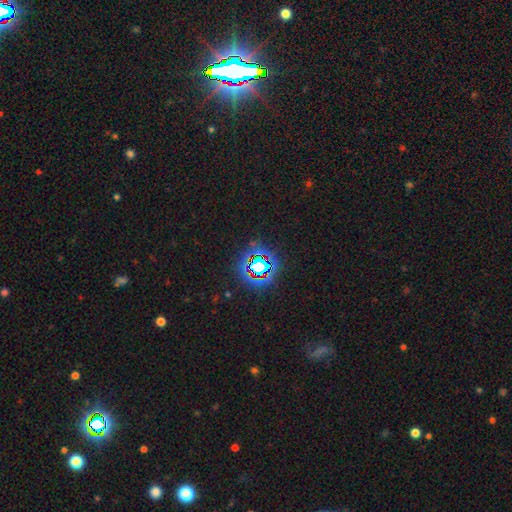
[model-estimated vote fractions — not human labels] Smooth or featured? Predicted: star or artifact (p=0.80).